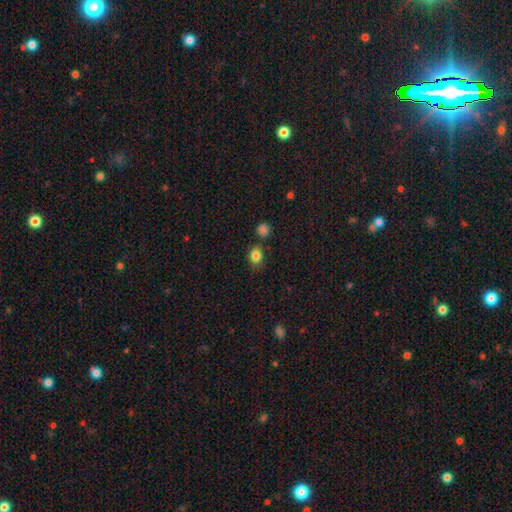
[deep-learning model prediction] Q: Smooth or featured?
A: smooth (84%); runner-up: star or artifact (11%)
Q: How rounded?
A: in between (53%); runner-up: round (46%)
Q: Merging?
A: none (74%); runner-up: minor disturbance (14%)